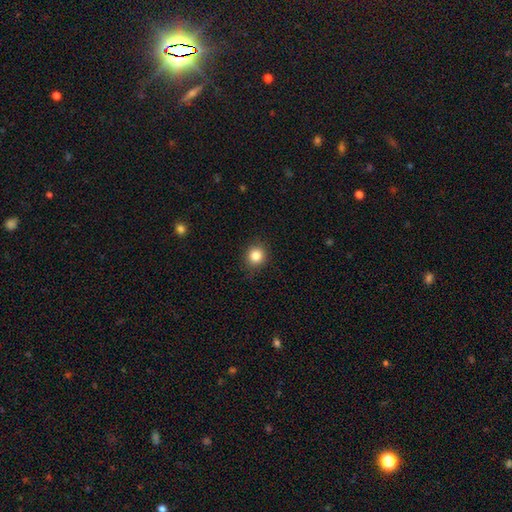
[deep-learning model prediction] The model was most divided on "how rounded": round: 85%, in between: 14%, cigar-shaped: 1%. More confident: merging — none (87%); smooth or featured — smooth (84%).